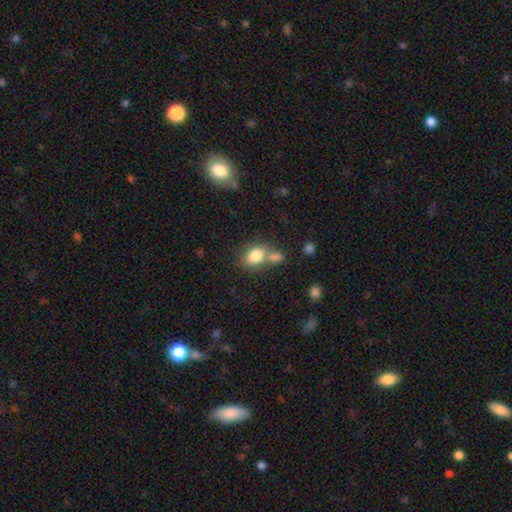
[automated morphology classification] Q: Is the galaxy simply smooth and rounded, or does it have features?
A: smooth — 81%.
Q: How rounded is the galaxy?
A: in between — 69%.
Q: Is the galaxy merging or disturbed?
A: none — 44%.